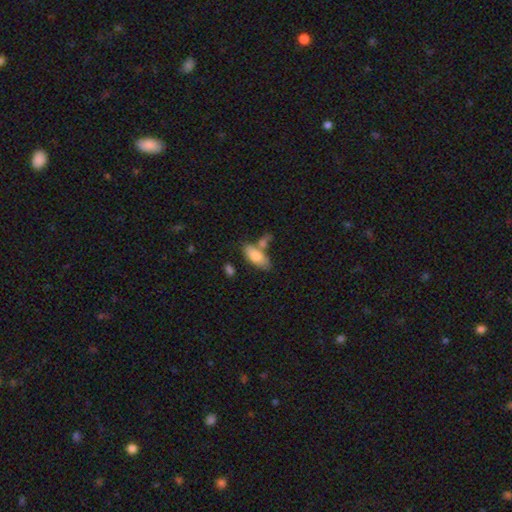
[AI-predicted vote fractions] Smooth or featured? smooth (76%)
How rounded? in between (85%)
Merging? none (52%)